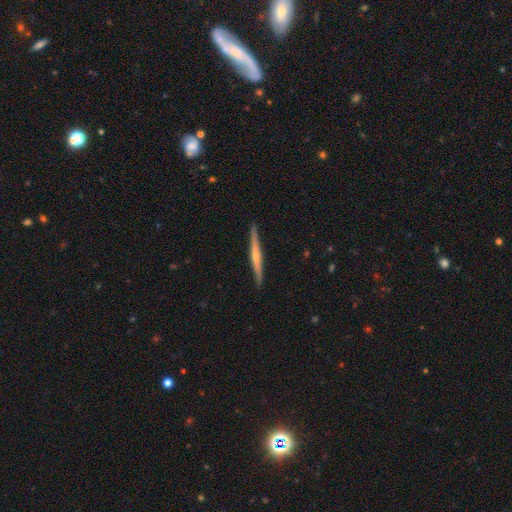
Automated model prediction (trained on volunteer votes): A featured or disk galaxy (71%) viewed edge-on (97%) with a rounded central bulge (72%). Merging: none (90%).